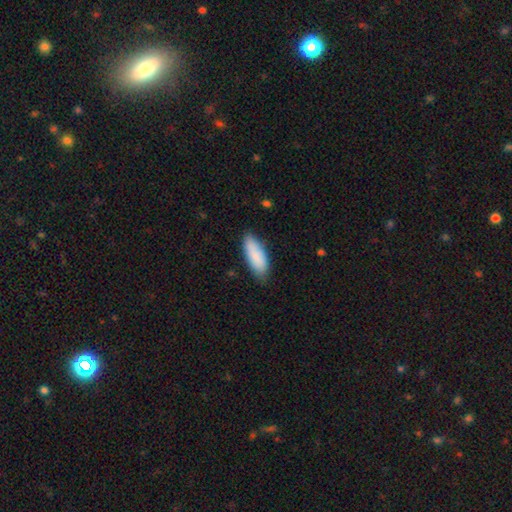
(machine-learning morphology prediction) Q: Smooth or featured?
A: smooth (85%); runner-up: featured or disk (9%)
Q: How rounded?
A: in between (77%); runner-up: cigar-shaped (21%)
Q: Merging?
A: none (79%); runner-up: minor disturbance (17%)